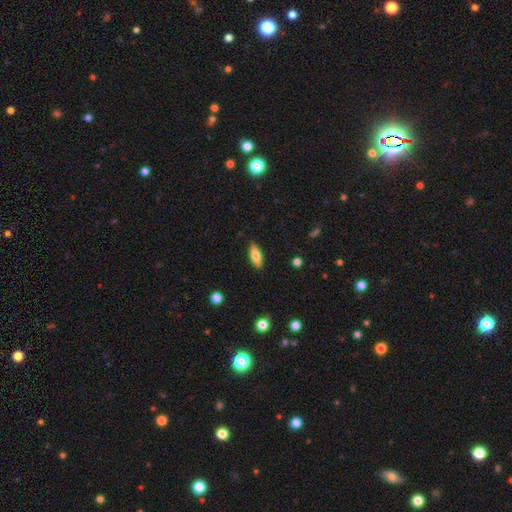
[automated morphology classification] The model was most divided on "how rounded": in between: 67%, cigar-shaped: 30%, round: 3%. More confident: merging — none (89%); smooth or featured — smooth (69%).